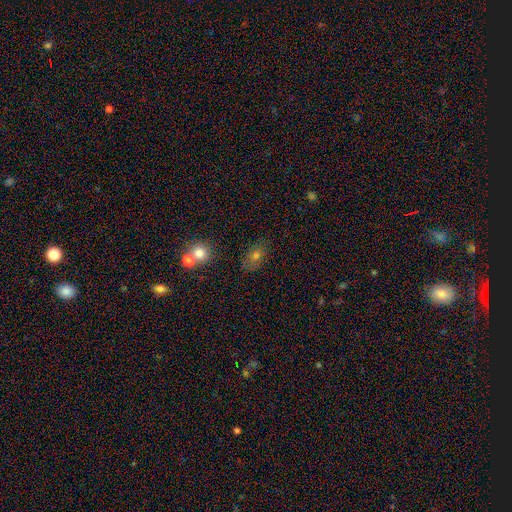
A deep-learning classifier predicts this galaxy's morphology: smooth 63%, featured or disk 19%, star or artifact 18%. Down the decision tree: how rounded — in between (76%); merging — none (74%).